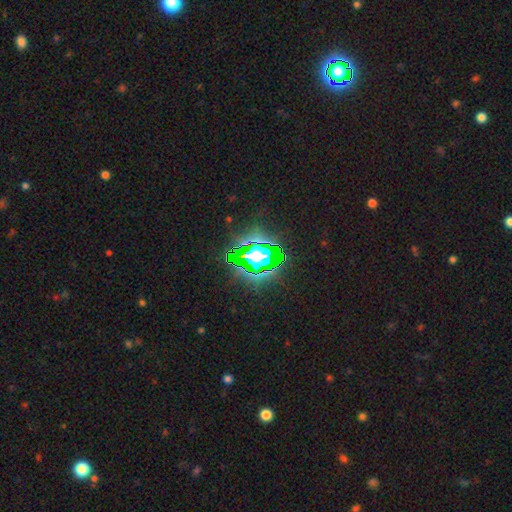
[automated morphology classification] Smooth or featured? Predicted: star or artifact (p=0.73).